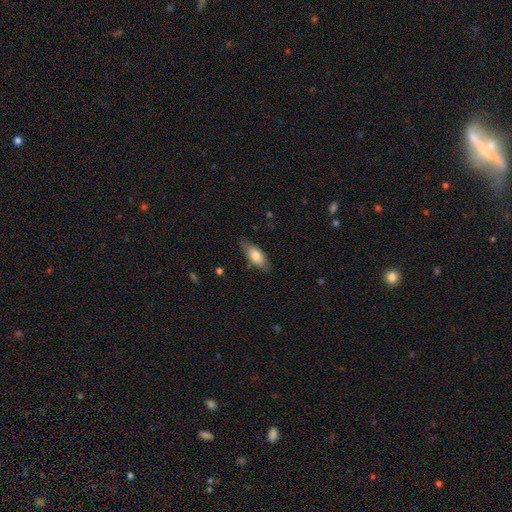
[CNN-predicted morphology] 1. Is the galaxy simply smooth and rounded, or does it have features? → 74% smooth, 20% featured or disk, 6% star or artifact.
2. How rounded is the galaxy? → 76% in between, 21% cigar-shaped, 2% round.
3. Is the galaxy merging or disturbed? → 79% none, 16% minor disturbance, 3% major disturbance, 1% merger.